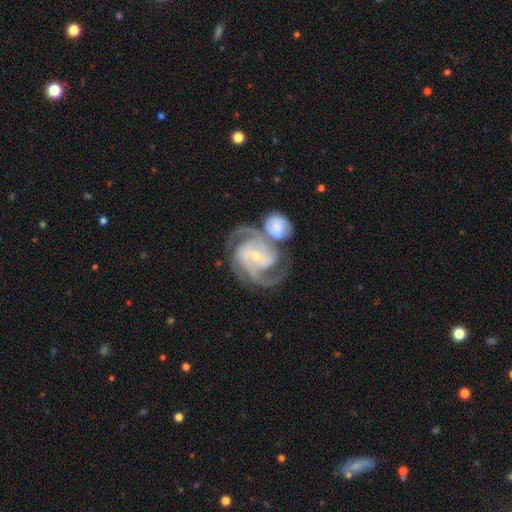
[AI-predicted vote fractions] The model was most divided on "bar" (2-way tie): weak: 39%, no: 39%, strong: 22%. Remaining: spiral arms — yes (98%); edge-on disk — no (98%); smooth or featured — featured or disk (92%); bulge size — small (70%); spiral arm count — 2 (54%); spiral winding — medium (48%); merging — none (46%).